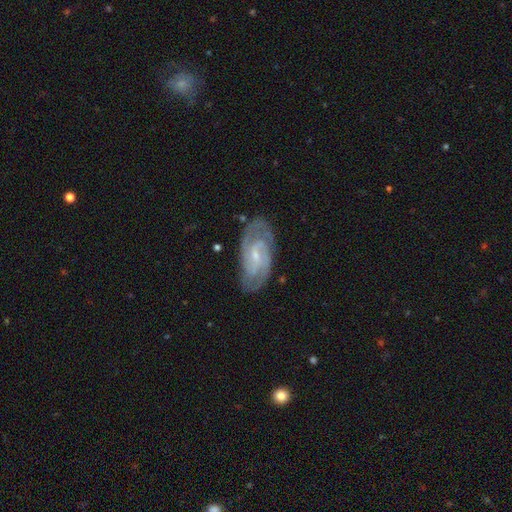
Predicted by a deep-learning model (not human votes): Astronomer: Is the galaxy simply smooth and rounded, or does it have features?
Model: featured or disk — 87%.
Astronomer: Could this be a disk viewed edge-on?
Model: no — 96%.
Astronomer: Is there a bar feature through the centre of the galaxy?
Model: weak — 49% (runner-up: no, 36%).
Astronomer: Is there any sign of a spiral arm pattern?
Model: yes — 97%.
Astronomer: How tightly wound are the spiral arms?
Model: tight — 54% (runner-up: medium, 39%).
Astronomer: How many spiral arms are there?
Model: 2 — 62%.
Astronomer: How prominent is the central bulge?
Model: small — 73%.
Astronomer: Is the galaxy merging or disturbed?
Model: none — 80%.